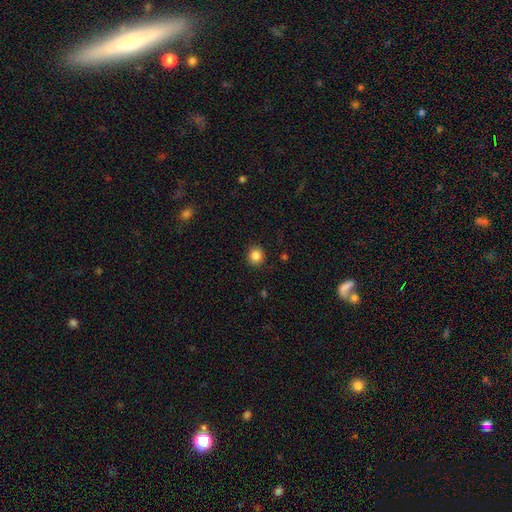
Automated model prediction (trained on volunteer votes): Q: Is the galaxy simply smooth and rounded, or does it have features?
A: smooth — 86%.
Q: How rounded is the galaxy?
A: round — 90%.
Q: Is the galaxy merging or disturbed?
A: none — 90%.